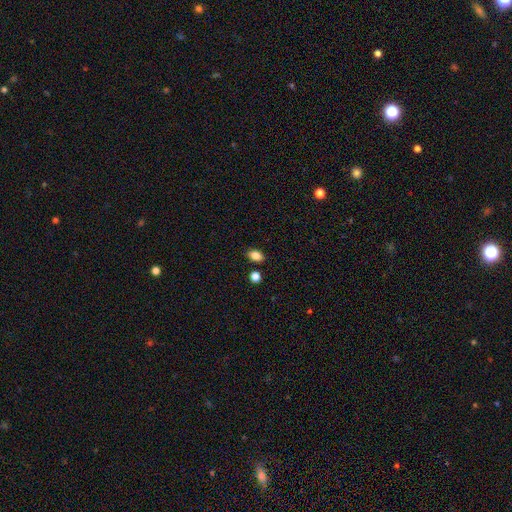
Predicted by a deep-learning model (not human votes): Morphology: type=smooth (85%); roundness=in between (81%); merging=none (84%).